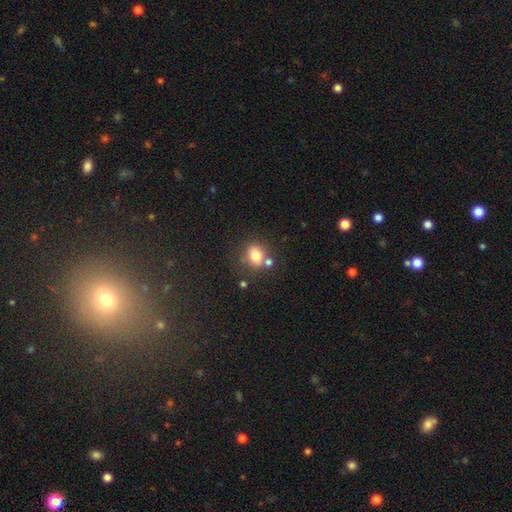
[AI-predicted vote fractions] This is likely a smooth galaxy (77%). How rounded: likely round (65%). Merging: possibly none (59%).